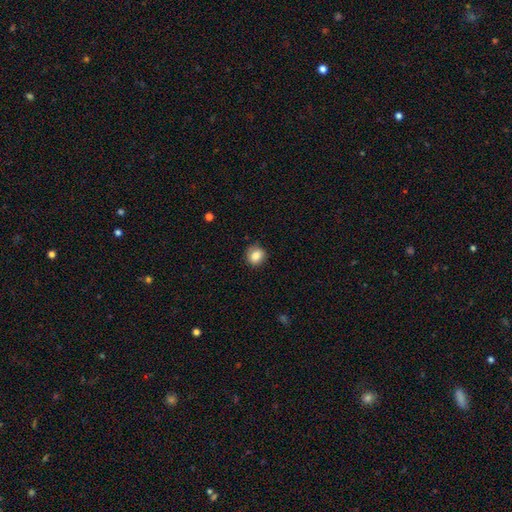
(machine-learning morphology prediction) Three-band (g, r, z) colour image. It shows a smooth galaxy with no disk features (85%) that is round (82%). Merging: none (84%).